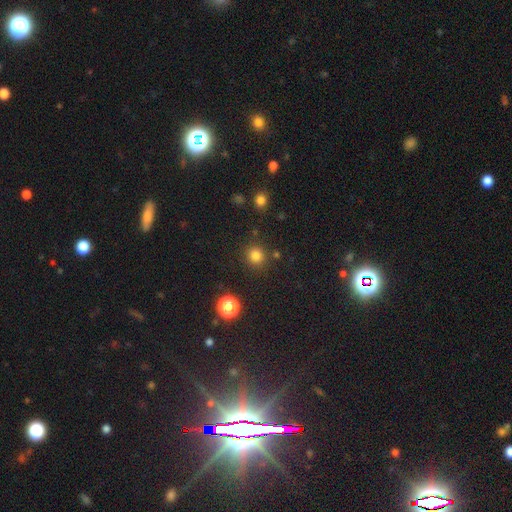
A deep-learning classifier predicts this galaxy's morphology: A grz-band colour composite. It shows a smooth galaxy with no disk features (81%) that is round (91%). Merging: none (87%).